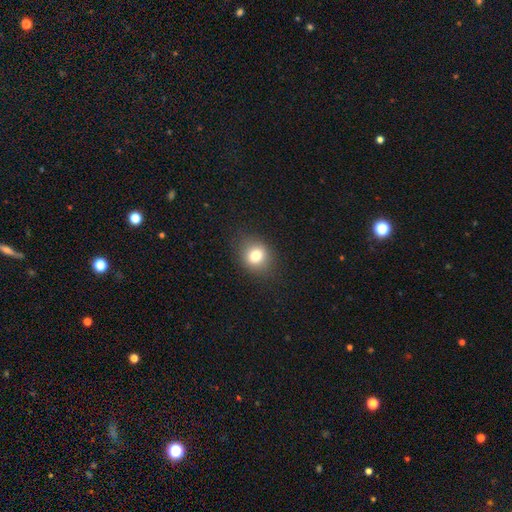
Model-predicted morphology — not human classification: Q: Smooth or featured?
A: smooth (78%); runner-up: star or artifact (12%)
Q: How rounded?
A: round (68%); runner-up: in between (31%)
Q: Merging?
A: none (85%); runner-up: minor disturbance (11%)